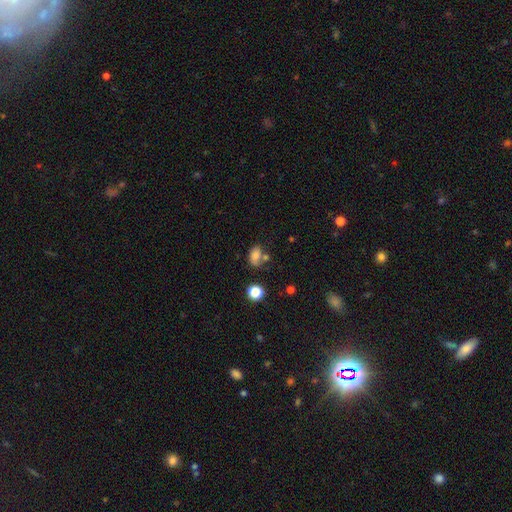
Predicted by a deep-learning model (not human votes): A smooth galaxy with no disk features (78%) that is in between round and cigar-shaped (81%). Merging: none (47%).